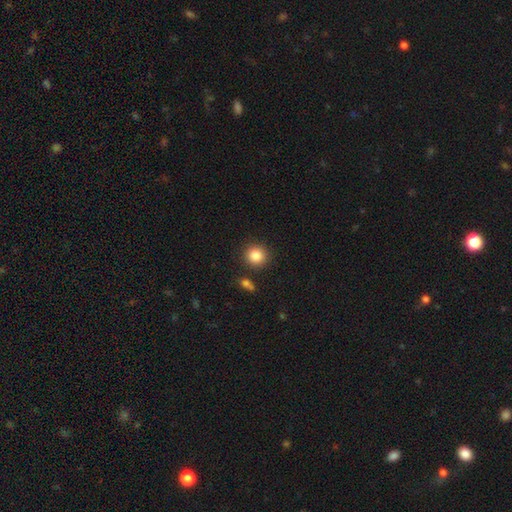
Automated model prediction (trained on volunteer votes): Smooth or featured: smooth — 86% (star or artifact — 10%)
How rounded: round — 91% (in between — 8%)
Merging: none — 87% (minor disturbance — 7%)